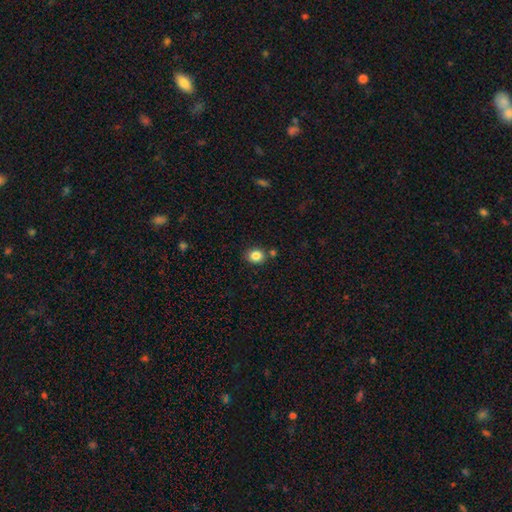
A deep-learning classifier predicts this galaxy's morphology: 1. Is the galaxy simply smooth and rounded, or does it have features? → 84% smooth, 10% star or artifact, 6% featured or disk.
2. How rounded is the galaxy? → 64% round, 35% in between, 1% cigar-shaped.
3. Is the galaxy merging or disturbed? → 78% none, 10% minor disturbance, 8% merger, 3% major disturbance.